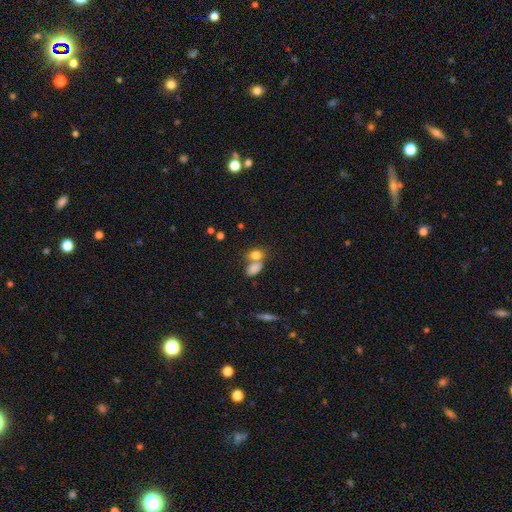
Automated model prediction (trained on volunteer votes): Overall: smooth (78%). How rounded: in between (72%). Merging: merger (49%; none 35%).